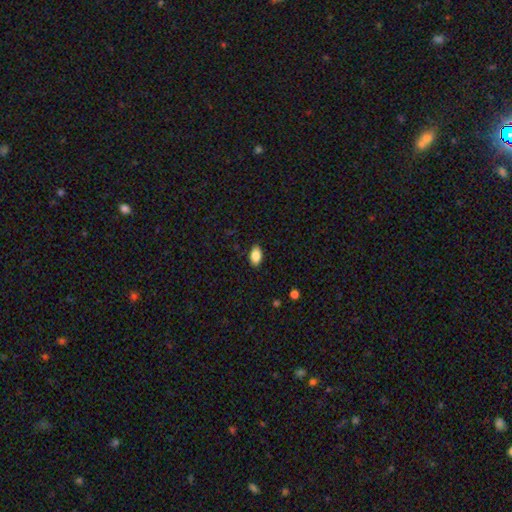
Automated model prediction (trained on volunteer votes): Smooth or featured: smooth — 87% (star or artifact — 8%)
How rounded: in between — 91% (round — 7%)
Merging: none — 88% (minor disturbance — 9%)